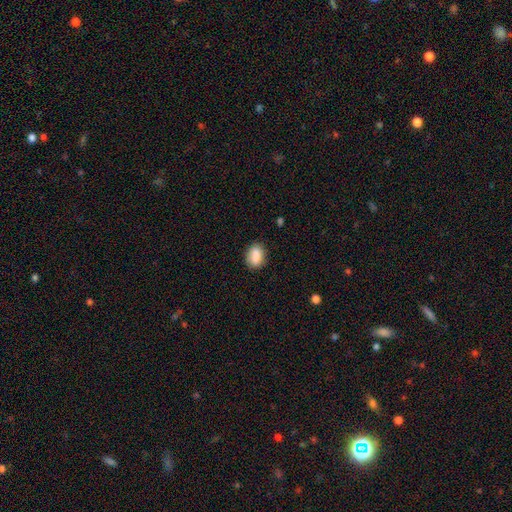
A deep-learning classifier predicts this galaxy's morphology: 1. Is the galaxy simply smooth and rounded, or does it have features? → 87% smooth, 8% star or artifact, 6% featured or disk.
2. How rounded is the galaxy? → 78% in between, 19% round, 2% cigar-shaped.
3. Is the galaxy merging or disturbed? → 83% none, 13% minor disturbance, 3% major disturbance, 1% merger.